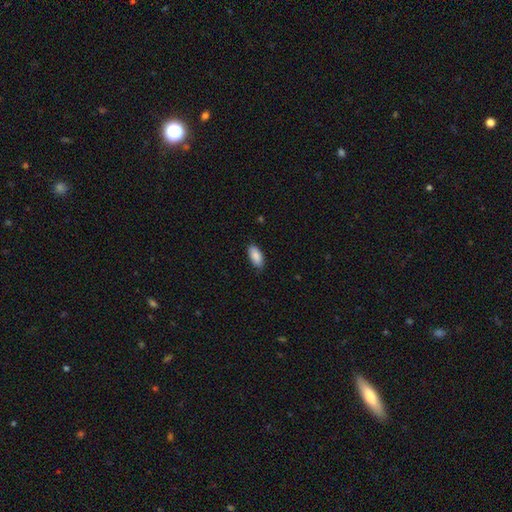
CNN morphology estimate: type=smooth (89%); roundness=in between (91%); merging=none (84%).